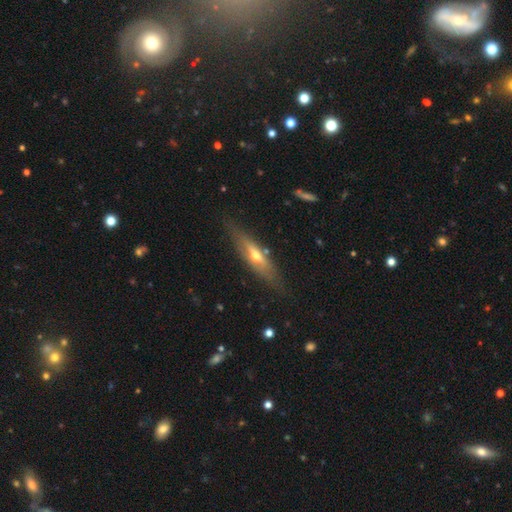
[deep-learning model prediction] Smooth or featured: featured or disk — 59% (smooth — 35%)
Edge-on disk: yes — 78% (no — 22%)
Merging: none — 77% (minor disturbance — 16%)